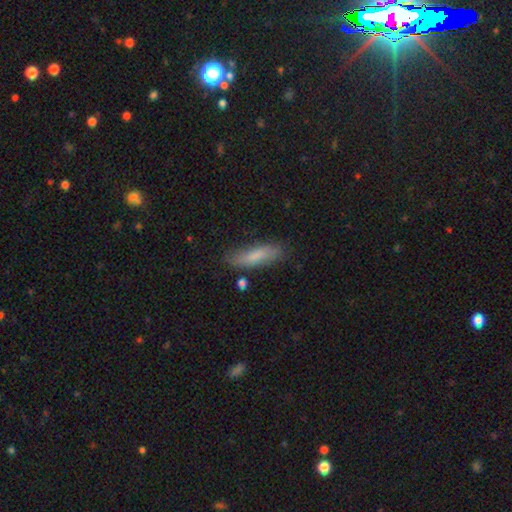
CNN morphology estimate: smooth_or_featured: smooth (p=0.78) [alt: featured or disk p=0.15]
how_rounded: cigar-shaped (p=0.63) [alt: in between p=0.35]
merging: none (p=0.78) [alt: minor disturbance p=0.16]